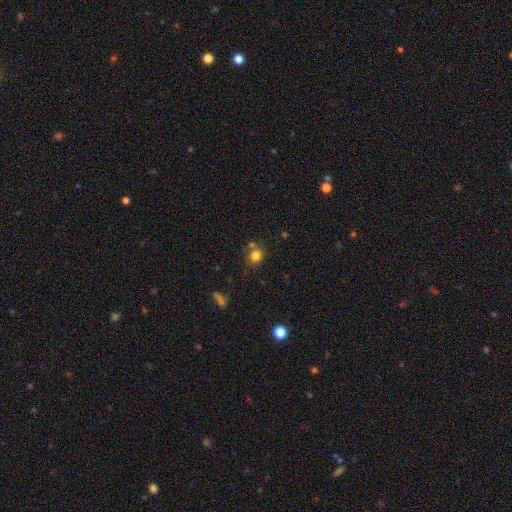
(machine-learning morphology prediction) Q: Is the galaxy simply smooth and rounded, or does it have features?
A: smooth — 80%.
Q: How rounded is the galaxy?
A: round — 81%.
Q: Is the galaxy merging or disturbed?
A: none — 67%.